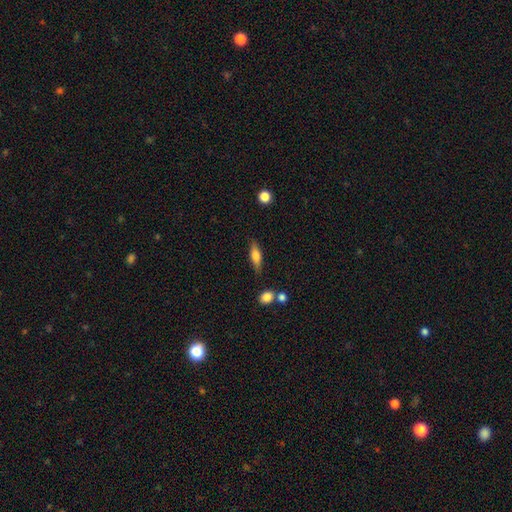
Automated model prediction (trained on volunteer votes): Q: Smooth or featured?
A: smooth (63%); runner-up: featured or disk (29%)
Q: How rounded?
A: in between (51%); runner-up: cigar-shaped (45%)
Q: Merging?
A: none (77%); runner-up: minor disturbance (15%)